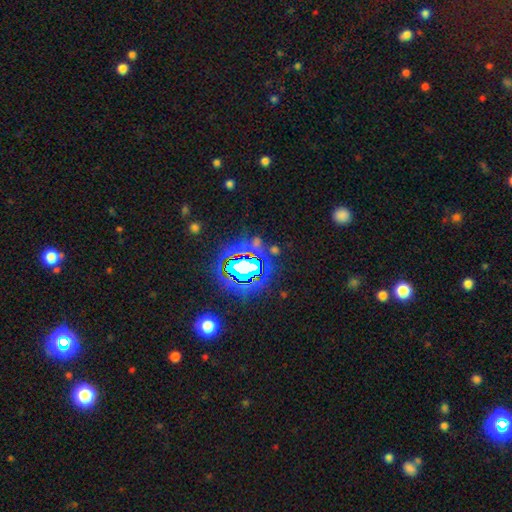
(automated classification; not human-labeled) This appears to be a star or artifact, not a galaxy (83%).